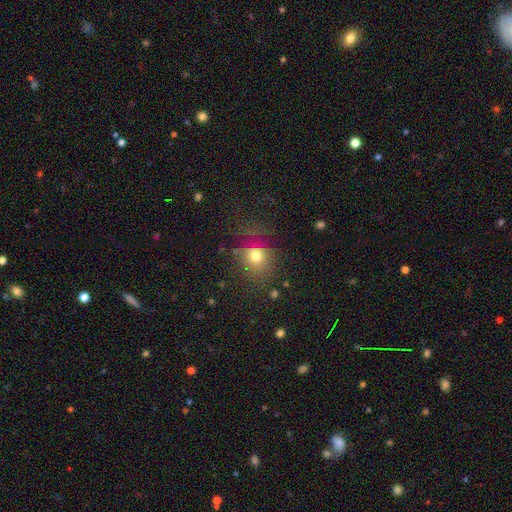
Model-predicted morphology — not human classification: smooth_or_featured: smooth (p=0.72) [alt: star or artifact p=0.18]
how_rounded: round (p=0.77) [alt: in between p=0.22]
merging: none (p=0.63) [alt: minor disturbance p=0.18]